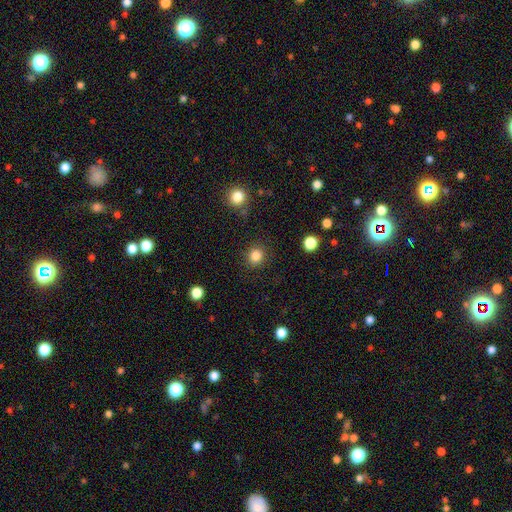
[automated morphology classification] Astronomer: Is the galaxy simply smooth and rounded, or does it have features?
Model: smooth — 85%.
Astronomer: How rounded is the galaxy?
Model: round — 86%.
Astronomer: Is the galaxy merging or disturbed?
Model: none — 87%.